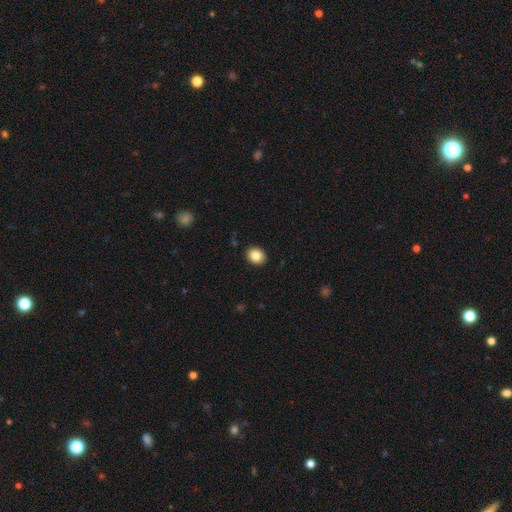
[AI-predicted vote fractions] A smooth galaxy with no disk features (85%) that is round (62%).

Vote fractions:
- Smooth or featured? smooth: 85% / star or artifact: 9% / featured or disk: 6%
- How rounded? round: 62% / in between: 37% / cigar-shaped: 1%
- Merging? none: 91% / minor disturbance: 6% / major disturbance: 2% / merger: 1%